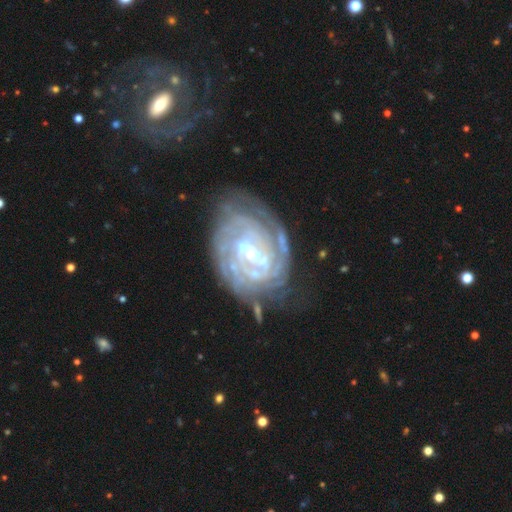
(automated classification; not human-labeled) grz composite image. It shows a featured or disk galaxy (88%) with a weak bar (46%), tight (75%) spiral arms (95%) and a moderate central bulge (48%). Merging: none (64%).